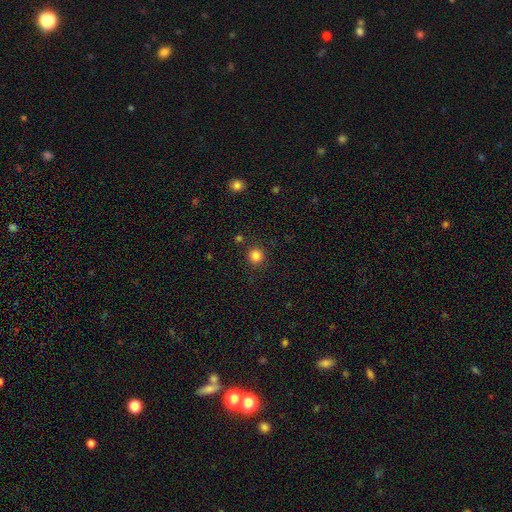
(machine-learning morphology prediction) This is clearly a smooth galaxy (84%). How rounded: clearly round (92%). Merging: clearly none (89%).